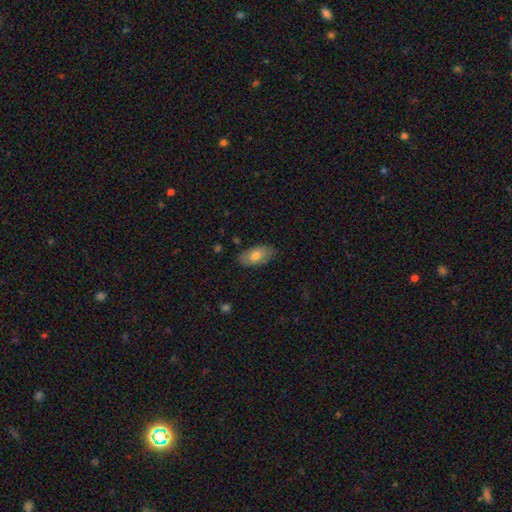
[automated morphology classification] smooth 75%, featured or disk 19%, star or artifact 6%. Down the decision tree: how rounded — in between (93%); merging — none (82%).